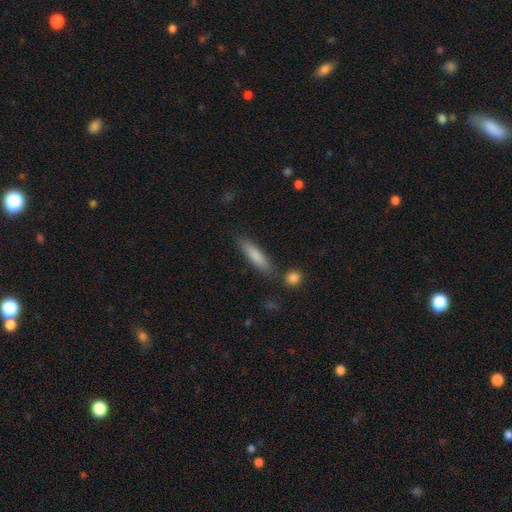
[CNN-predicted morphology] Smooth or featured?
  - smooth: 82% *
  - featured or disk: 12%
  - star or artifact: 6%
How rounded?
  - cigar-shaped: 79% *
  - in between: 20%
  - round: 2%
Merging?
  - none: 81% *
  - minor disturbance: 11%
  - merger: 5%
  - major disturbance: 3%